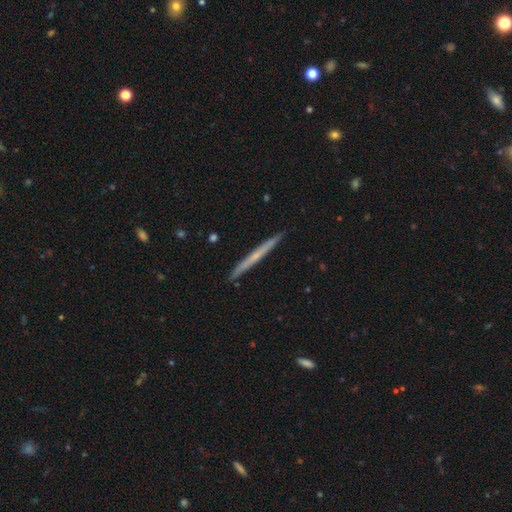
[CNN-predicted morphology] smooth-or-featured: featured or disk: 55% | smooth: 40% | star or artifact: 6%
  disk-edge-on: yes: 97% | no: 3%
    edge-on-bulge: none: 72% | rounded: 24% | boxy: 4%
  merging: none: 91% | minor disturbance: 7% | major disturbance: 1% | merger: 1%